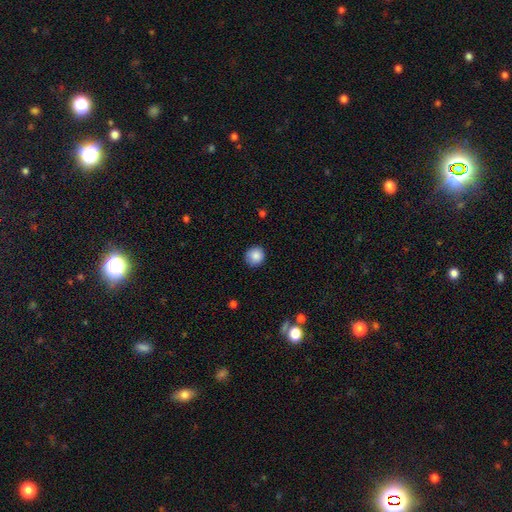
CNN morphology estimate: Smooth or featured? smooth (87%)
How rounded? round (92%)
Merging? none (87%)